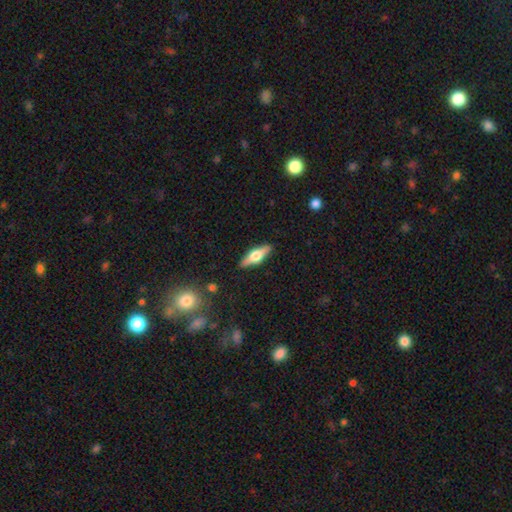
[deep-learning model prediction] Overall: featured or disk (58%; smooth 36%). Edge-on disk: yes (94%). Edge-on bulge: rounded (93%). Merging: none (89%).